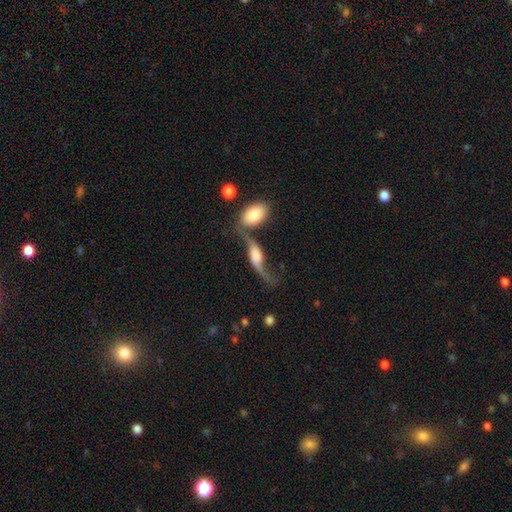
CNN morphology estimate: smooth_or_featured: featured or disk (p=0.72) [alt: smooth p=0.21]
disk_edge_on: no (p=0.78) [alt: yes p=0.22]
bar: no (p=0.54) [alt: weak p=0.31]
has_spiral_arms: yes (p=0.90) [alt: no p=0.10]
spiral_winding: loose (p=0.93) [alt: medium p=0.05]
spiral_arm_count: 2 (p=0.89) [alt: 1 p=0.06]
bulge_size: large (p=0.30) [alt: none p=0.24]
merging: none (p=0.39) [alt: merger p=0.25]